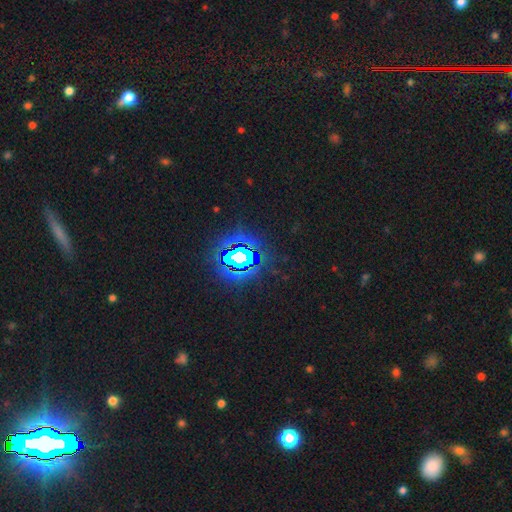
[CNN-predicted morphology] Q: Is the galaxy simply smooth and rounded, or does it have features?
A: star or artifact — 82%.